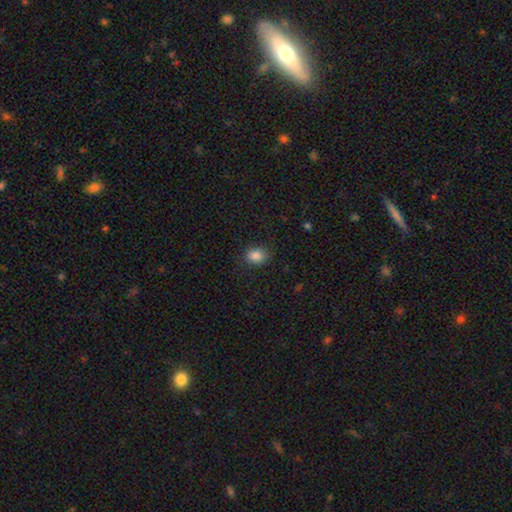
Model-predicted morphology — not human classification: Smooth or featured: smooth — 86% (star or artifact — 10%)
How rounded: in between — 51% (round — 48%)
Merging: none — 85% (minor disturbance — 11%)